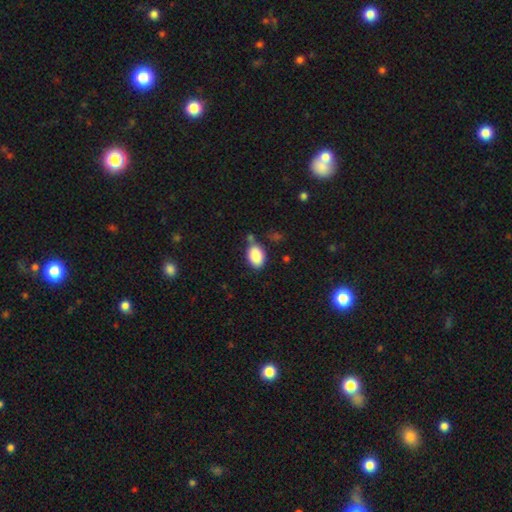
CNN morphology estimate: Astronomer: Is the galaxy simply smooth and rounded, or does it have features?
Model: smooth — 88%.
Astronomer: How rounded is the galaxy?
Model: in between — 84%.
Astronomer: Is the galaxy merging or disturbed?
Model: none — 70%.